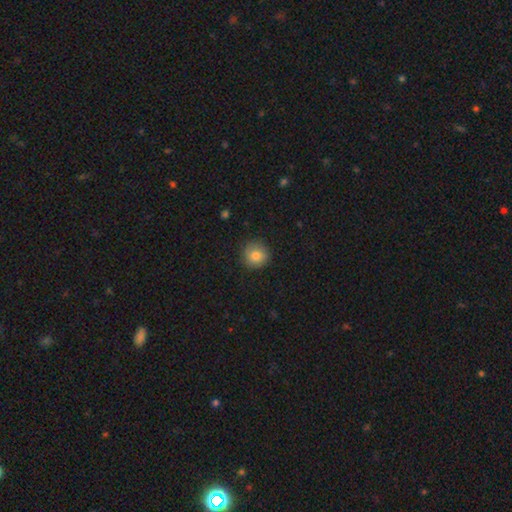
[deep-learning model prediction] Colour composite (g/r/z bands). It shows a smooth galaxy with no disk features (83%) that is round (93%). Merging: none (88%).